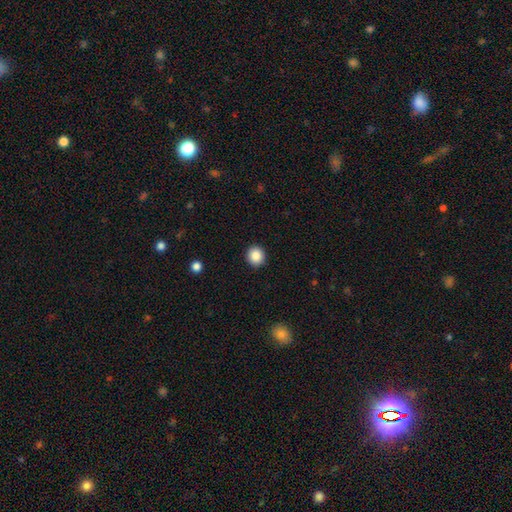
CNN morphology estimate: Q: Smooth or featured?
A: smooth (87%); runner-up: star or artifact (9%)
Q: How rounded?
A: round (87%); runner-up: in between (12%)
Q: Merging?
A: none (92%); runner-up: minor disturbance (5%)